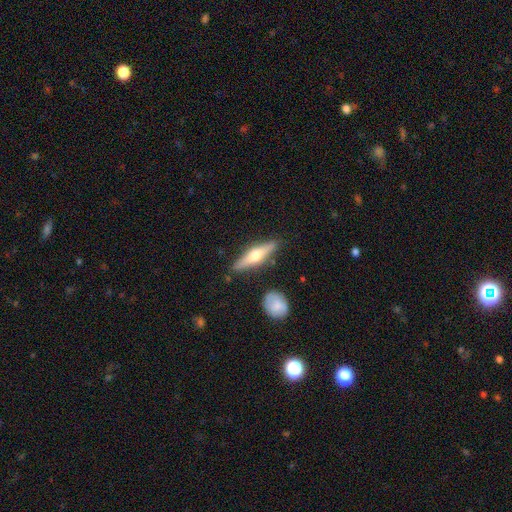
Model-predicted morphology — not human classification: smooth-or-featured: featured or disk: 60% | smooth: 35% | star or artifact: 5%
  disk-edge-on: yes: 95% | no: 5%
    edge-on-bulge: rounded: 94% | boxy: 3% | none: 3%
  merging: none: 84% | minor disturbance: 10% | merger: 3% | major disturbance: 2%